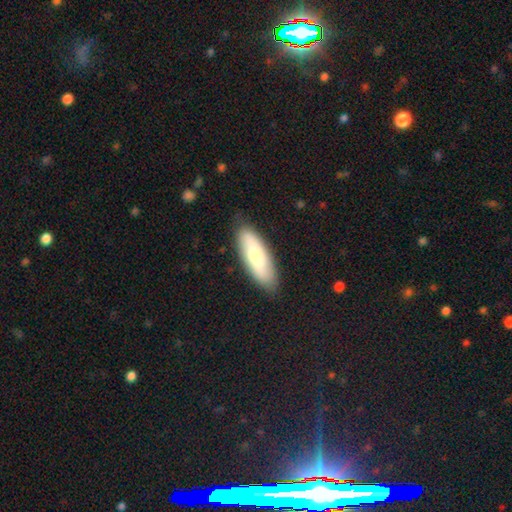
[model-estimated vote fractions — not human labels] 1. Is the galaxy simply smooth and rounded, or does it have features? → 71% smooth, 24% featured or disk, 5% star or artifact.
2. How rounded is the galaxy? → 64% in between, 34% cigar-shaped, 2% round.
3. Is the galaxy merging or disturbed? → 84% none, 12% minor disturbance, 2% major disturbance, 1% merger.